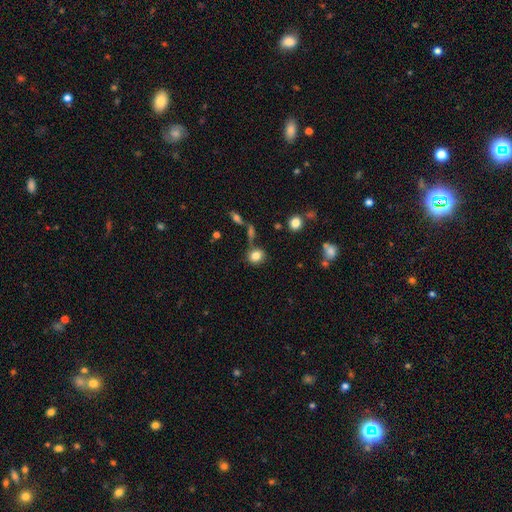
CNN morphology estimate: type=smooth (82%); roundness=round (64%); merging=none (69%).